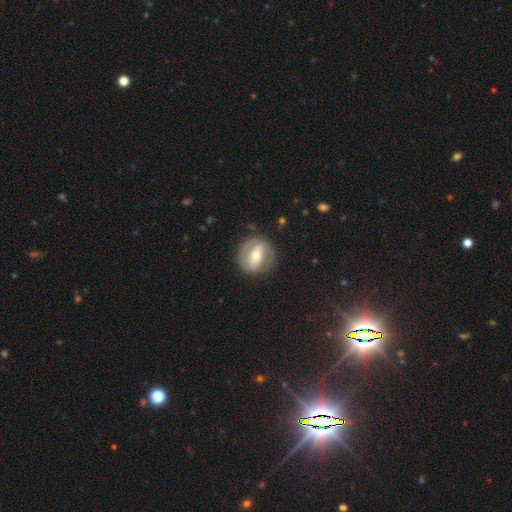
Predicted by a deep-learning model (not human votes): The model was most divided on "bar": strong: 46%, weak: 32%, no: 22%. More confident: edge-on disk — no (94%); merging — none (79%); bulge size — moderate (65%); smooth or featured — featured or disk (63%); spiral arms — yes (60%).